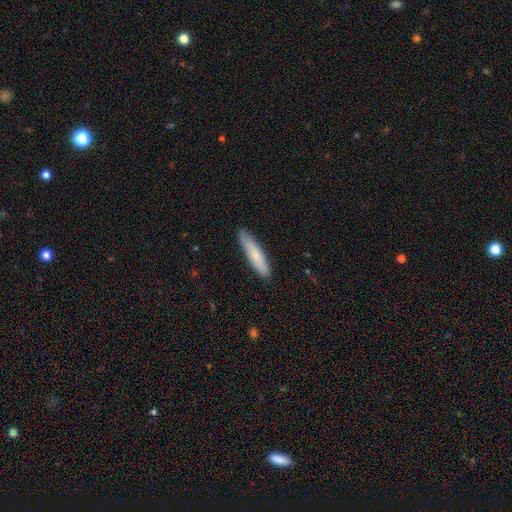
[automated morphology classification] Smooth or featured? smooth (77%)
How rounded? cigar-shaped (85%)
Merging? none (85%)